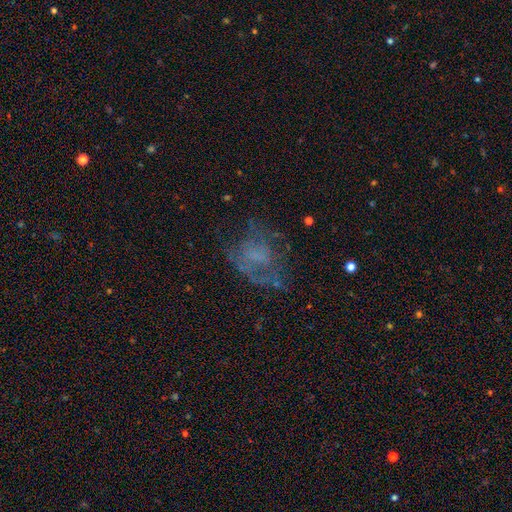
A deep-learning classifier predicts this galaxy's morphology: smooth-or-featured: featured or disk: 52% | smooth: 26% | star or artifact: 22%
  disk-edge-on: no: 97% | yes: 3%
    bar: no: 75% | weak: 21% | strong: 4%
    has-spiral-arms: no: 55% | yes: 45%
    bulge-size: none: 56% | small: 26% | moderate: 13% | large: 3% | dominant: 1%
  merging: none: 47% | major disturbance: 31% | minor disturbance: 20% | merger: 3%